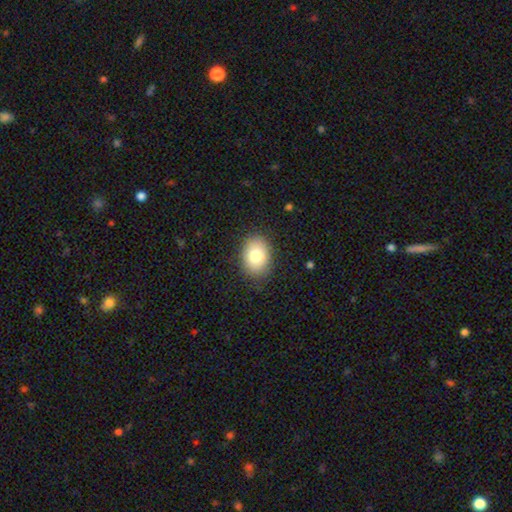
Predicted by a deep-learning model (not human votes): Morphology: type=smooth (79%); roundness=in between (70%); merging=none (86%).